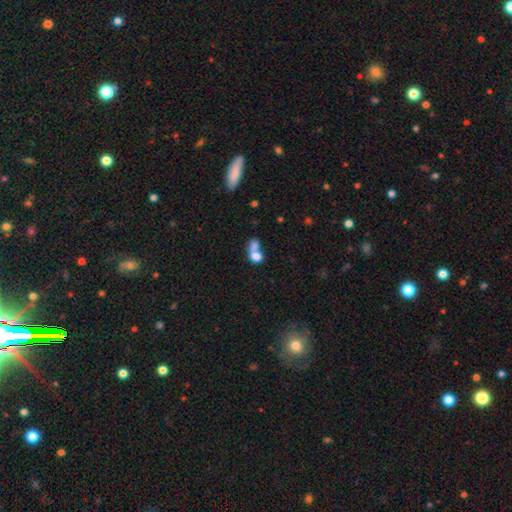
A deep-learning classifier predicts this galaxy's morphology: smooth 72%, featured or disk 17%, star or artifact 10%. Down the decision tree: how rounded — in between (51%); merging — merger (68%).